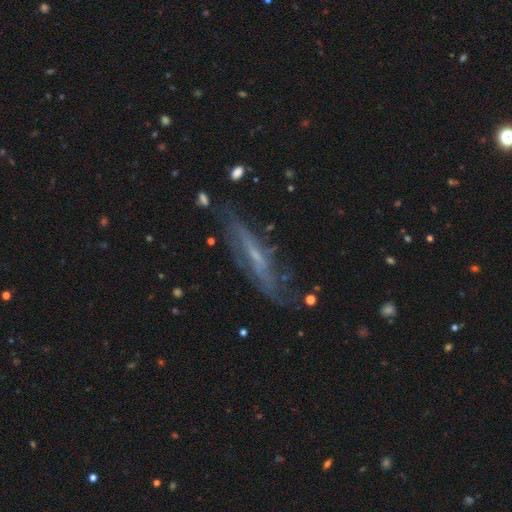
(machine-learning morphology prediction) This is likely a featured or disk galaxy (68%). It is likely viewed edge-on (62%). Merging: likely none (68%).